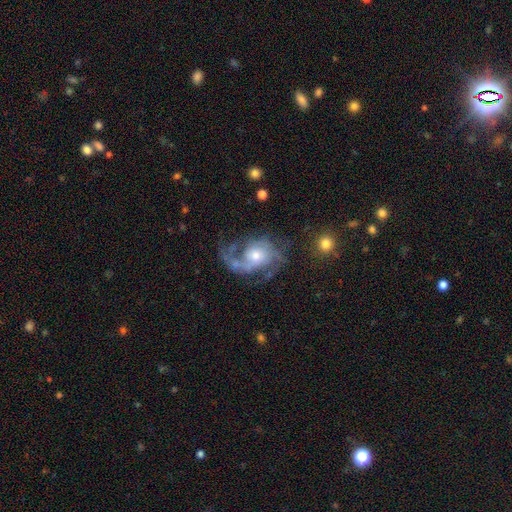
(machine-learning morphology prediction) Overall: featured or disk (80%). Edge-on disk: no (98%). Bar: no (70%). Spiral arms: yes (91%). Spiral arm count: 2 (41%; 1 24%). Spiral winding: medium (43%; loose 40%). Bulge size: moderate (55%; small 32%). Merging: none (44%; major disturbance 34%).